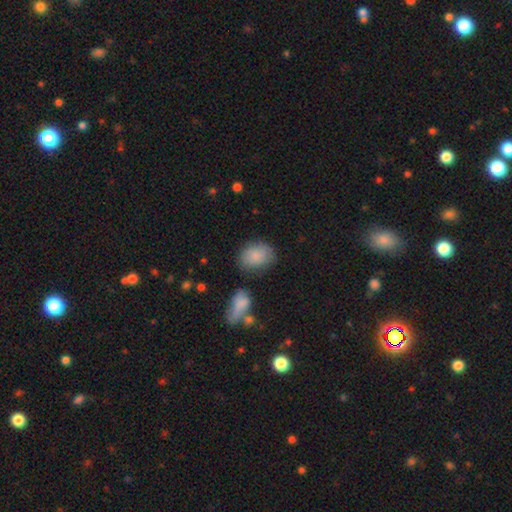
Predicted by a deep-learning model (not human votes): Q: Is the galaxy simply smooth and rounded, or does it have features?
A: smooth — 84%.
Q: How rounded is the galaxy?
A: in between — 73%.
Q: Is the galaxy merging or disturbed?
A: none — 67%.